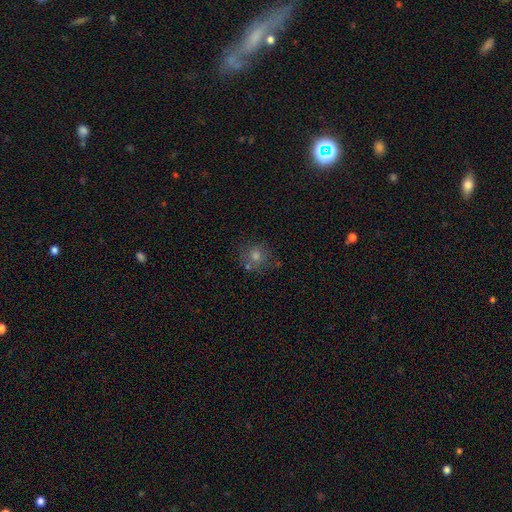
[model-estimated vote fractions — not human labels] Q: Smooth or featured?
A: smooth (64%); runner-up: star or artifact (23%)
Q: How rounded?
A: round (88%); runner-up: in between (10%)
Q: Merging?
A: none (73%); runner-up: minor disturbance (13%)